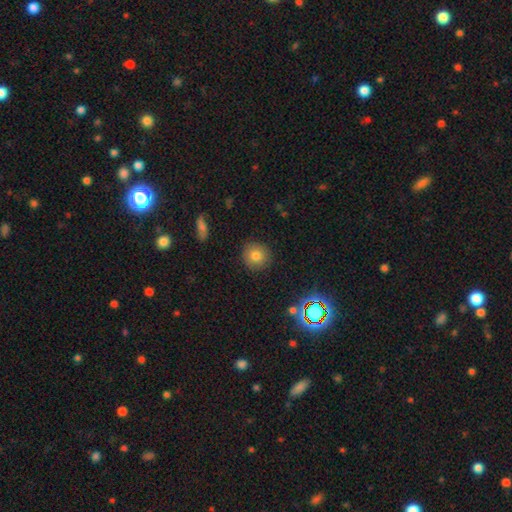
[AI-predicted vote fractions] Q: Smooth or featured?
A: smooth (79%); runner-up: star or artifact (13%)
Q: How rounded?
A: round (92%); runner-up: in between (7%)
Q: Merging?
A: none (90%); runner-up: minor disturbance (7%)